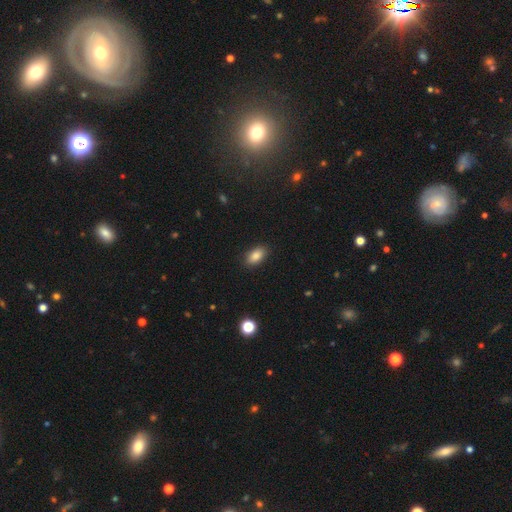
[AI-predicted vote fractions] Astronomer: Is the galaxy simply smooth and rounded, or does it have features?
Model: smooth — 86%.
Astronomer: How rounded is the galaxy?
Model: in between — 91%.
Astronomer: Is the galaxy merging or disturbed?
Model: none — 88%.